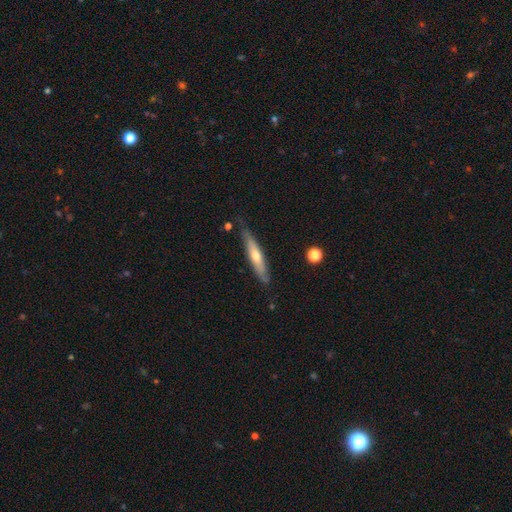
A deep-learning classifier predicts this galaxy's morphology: A featured or disk galaxy (51%) viewed edge-on (85%).

Vote fractions:
- Smooth or featured? featured or disk: 51% / smooth: 43% / star or artifact: 6%
- Edge-on disk? yes: 85% / no: 15%
- Merging? none: 79% / minor disturbance: 16% / major disturbance: 3% / merger: 2%